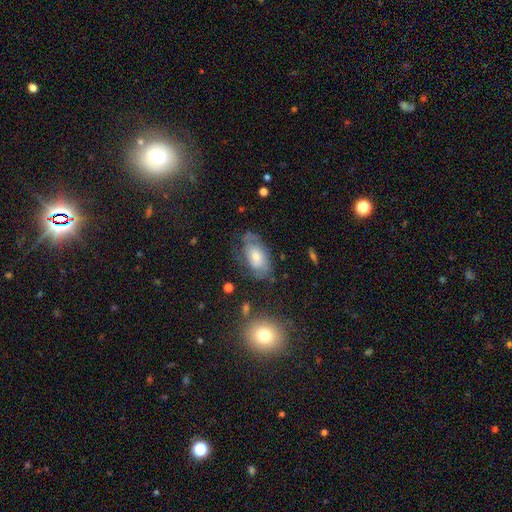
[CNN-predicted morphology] A featured or disk galaxy (59%) with no bar (71%), spiral arms (80%) and a moderate central bulge (50%).

Vote fractions:
- Smooth or featured? featured or disk: 59% / smooth: 30% / star or artifact: 11%
- Edge-on disk? no: 93% / yes: 7%
- Bar? no: 71% / weak: 24% / strong: 5%
- Spiral arms? yes: 80% / no: 20%
- Bulge size? moderate: 50% / small: 38% / large: 7% / none: 3% / dominant: 2%
- Merging? none: 63% / minor disturbance: 22% / major disturbance: 12% / merger: 3%